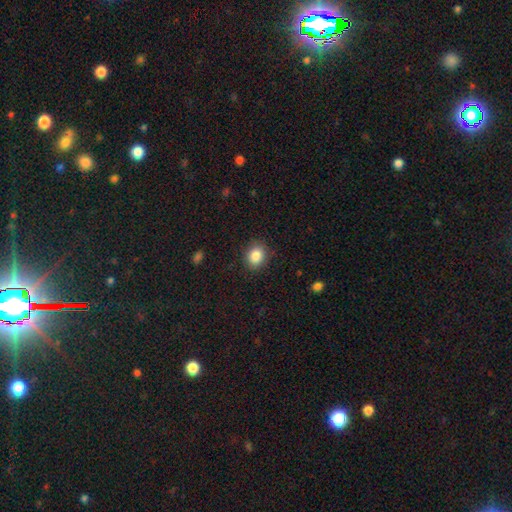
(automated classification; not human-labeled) The model was most divided on "how rounded": round: 56%, in between: 43%, cigar-shaped: 1%. More confident: merging — none (88%); smooth or featured — smooth (86%).